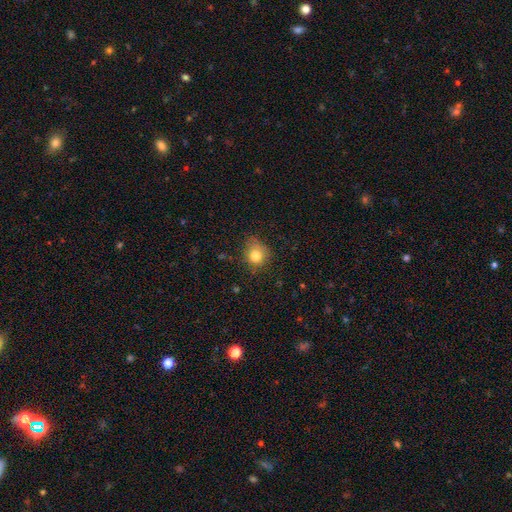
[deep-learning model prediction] Smooth or featured? smooth (79%)
How rounded? round (78%)
Merging? none (67%)